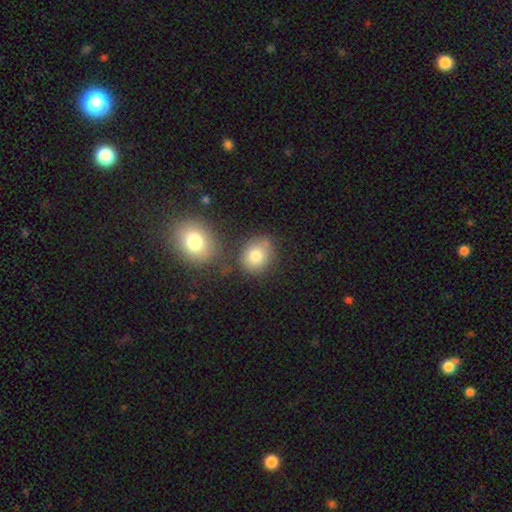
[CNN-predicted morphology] A smooth galaxy with no disk features (80%) that is round (64%).

Vote fractions:
- Smooth or featured? smooth: 80% / featured or disk: 10% / star or artifact: 10%
- How rounded? round: 64% / in between: 35% / cigar-shaped: 1%
- Merging? none: 67% / minor disturbance: 15% / merger: 13% / major disturbance: 5%